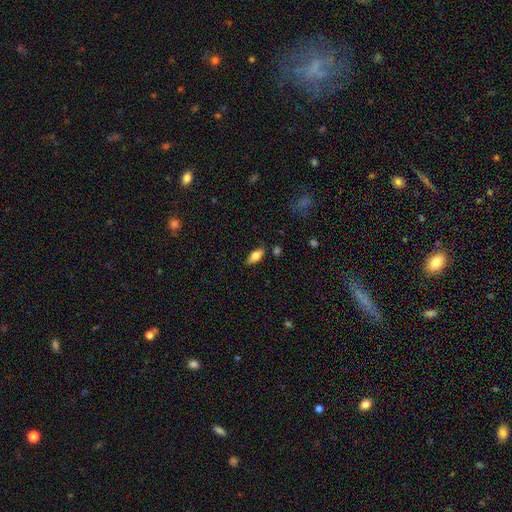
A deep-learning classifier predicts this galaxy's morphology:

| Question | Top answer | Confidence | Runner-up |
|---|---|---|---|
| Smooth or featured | smooth | 73% | featured or disk (19%) |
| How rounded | in between | 84% | cigar-shaped (13%) |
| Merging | none | 82% | minor disturbance (13%) |